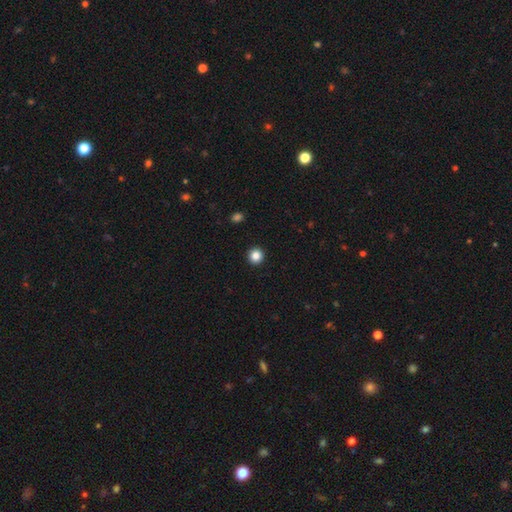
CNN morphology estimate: Smooth or featured? Predicted: smooth (p=0.85). How rounded? Predicted: round (p=0.94). Merging? Predicted: none (p=0.94).